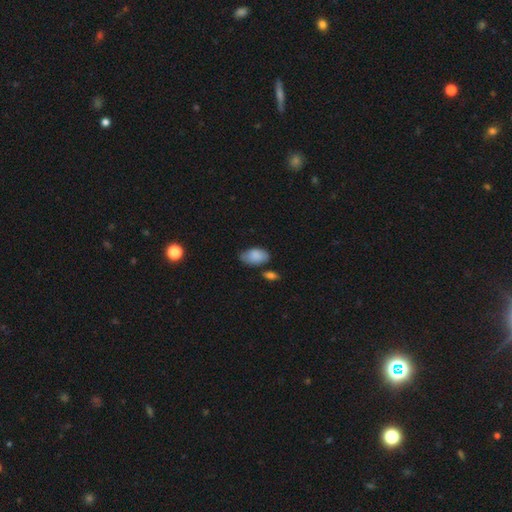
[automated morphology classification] Smooth or featured?
  - smooth: 85% *
  - featured or disk: 8%
  - star or artifact: 7%
How rounded?
  - in between: 94% *
  - round: 5%
  - cigar-shaped: 2%
Merging?
  - none: 62% *
  - minor disturbance: 25%
  - merger: 7%
  - major disturbance: 5%